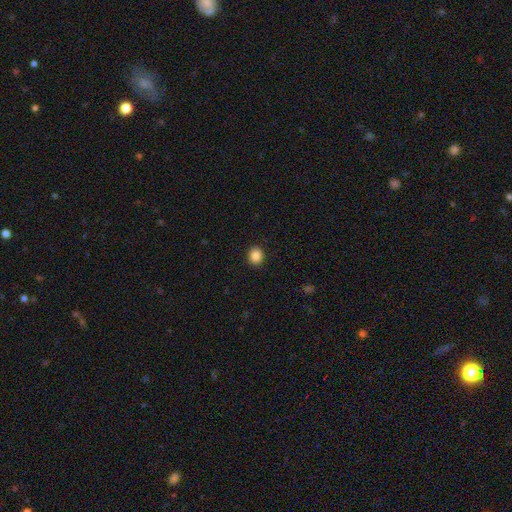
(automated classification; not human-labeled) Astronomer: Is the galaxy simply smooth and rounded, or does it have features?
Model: smooth — 86%.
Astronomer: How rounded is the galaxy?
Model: round — 73%.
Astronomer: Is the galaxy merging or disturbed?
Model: none — 92%.